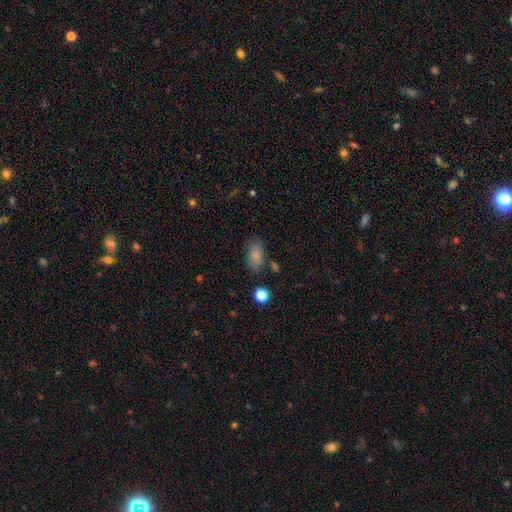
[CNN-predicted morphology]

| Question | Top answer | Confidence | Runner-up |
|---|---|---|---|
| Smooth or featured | smooth | 83% | featured or disk (9%) |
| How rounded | in between | 91% | round (6%) |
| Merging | none | 77% | minor disturbance (14%) |